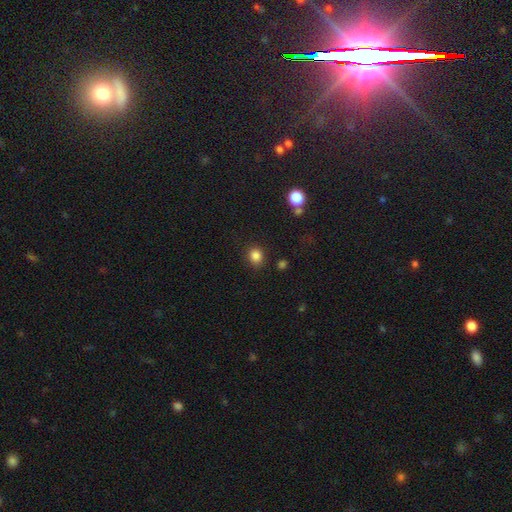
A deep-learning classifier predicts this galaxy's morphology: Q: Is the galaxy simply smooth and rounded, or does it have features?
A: smooth — 84%.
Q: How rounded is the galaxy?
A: round — 78%.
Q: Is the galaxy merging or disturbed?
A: none — 86%.